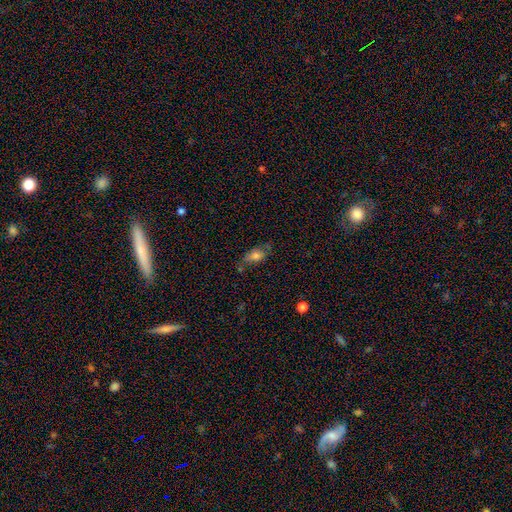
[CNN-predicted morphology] The model was most divided on "merging": none: 52%, minor disturbance: 29%, major disturbance: 10%, merger: 9%. More confident: how rounded — in between (81%); smooth or featured — smooth (71%).